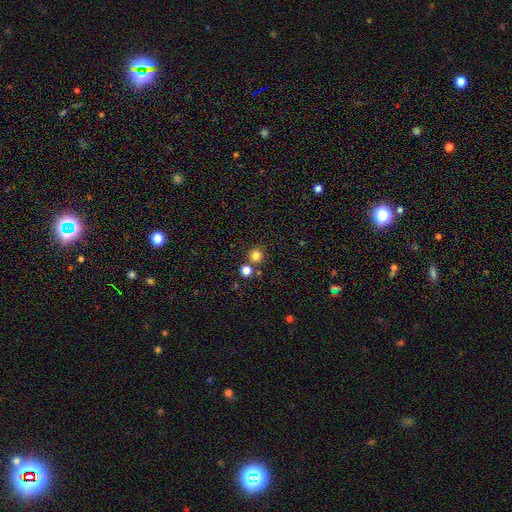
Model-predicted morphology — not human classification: Smooth or featured? smooth (80%)
How rounded? round (95%)
Merging? none (79%)